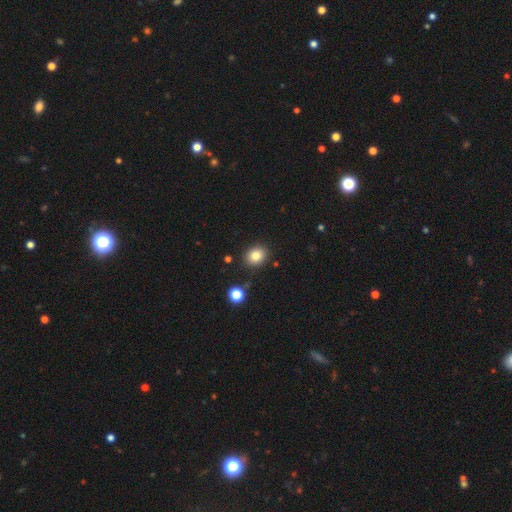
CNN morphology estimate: Smooth or featured: smooth — 83% (star or artifact — 11%)
How rounded: round — 56% (in between — 43%)
Merging: none — 86% (minor disturbance — 9%)